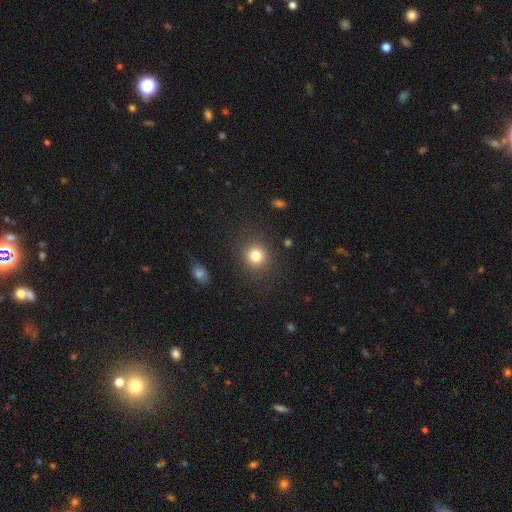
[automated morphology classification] smooth 82%, star or artifact 12%, featured or disk 6%. Down the decision tree: how rounded — round (87%); merging — none (86%).